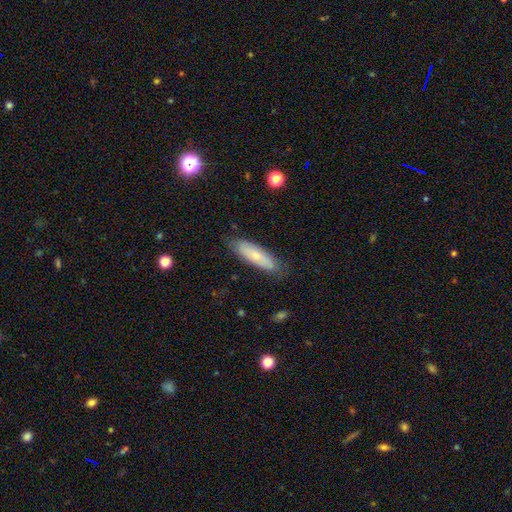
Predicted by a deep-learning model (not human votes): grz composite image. It shows a smooth galaxy with no disk features (66%) that is cigar-shaped (58%). Merging: none (81%).